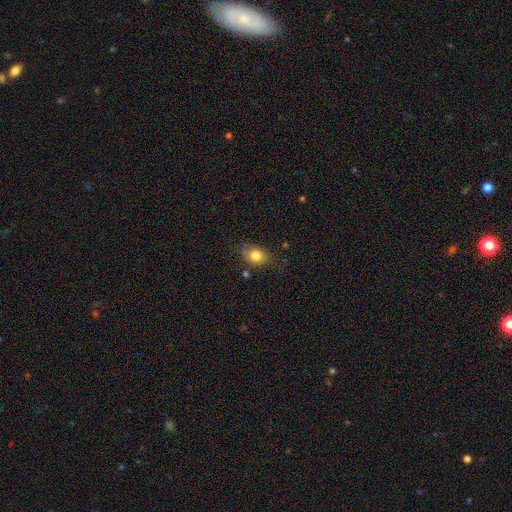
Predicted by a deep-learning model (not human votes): This appears to be a smooth galaxy with no disk features (81%) that is in between round and cigar-shaped (63%). Merging: none (71%).